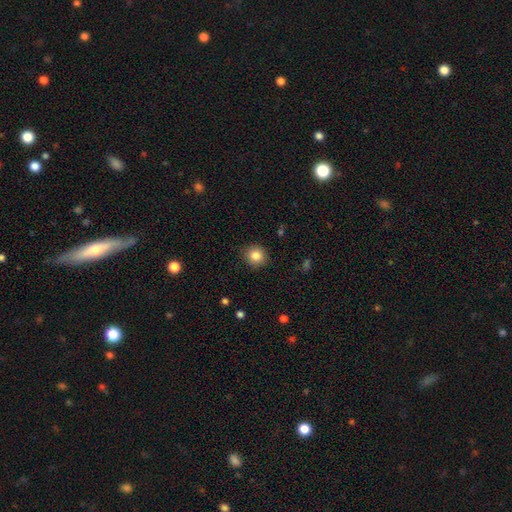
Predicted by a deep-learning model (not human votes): Overall: smooth (84%). How rounded: round (90%). Merging: none (90%).